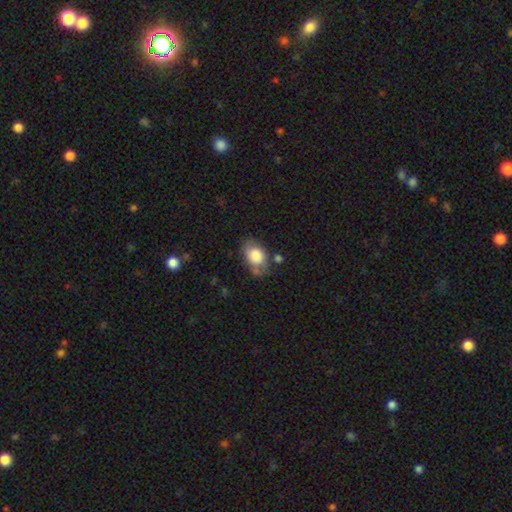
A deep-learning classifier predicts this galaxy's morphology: smooth_or_featured: smooth (p=0.73) [alt: featured or disk p=0.19]
how_rounded: in between (p=0.82) [alt: round p=0.17]
merging: none (p=0.58) [alt: minor disturbance p=0.26]